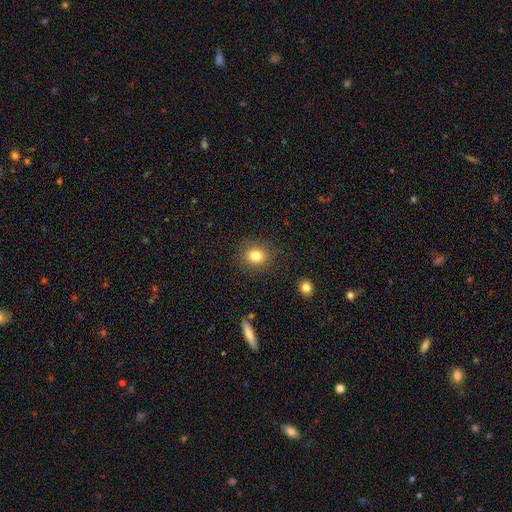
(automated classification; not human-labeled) Overall: smooth (81%). How rounded: round (77%). Merging: none (87%).